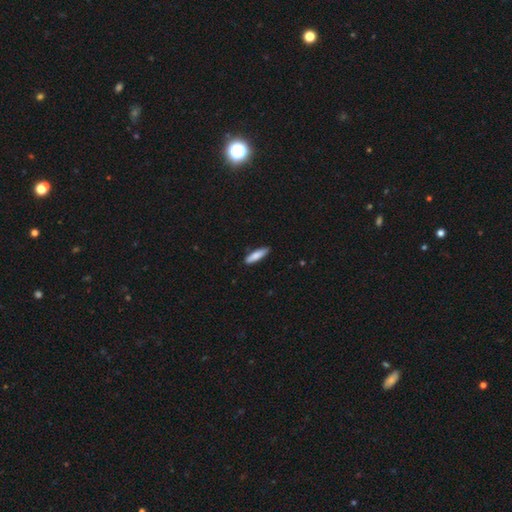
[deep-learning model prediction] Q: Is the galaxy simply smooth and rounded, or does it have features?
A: smooth — 81%.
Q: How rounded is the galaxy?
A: cigar-shaped — 69%.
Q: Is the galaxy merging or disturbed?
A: none — 86%.